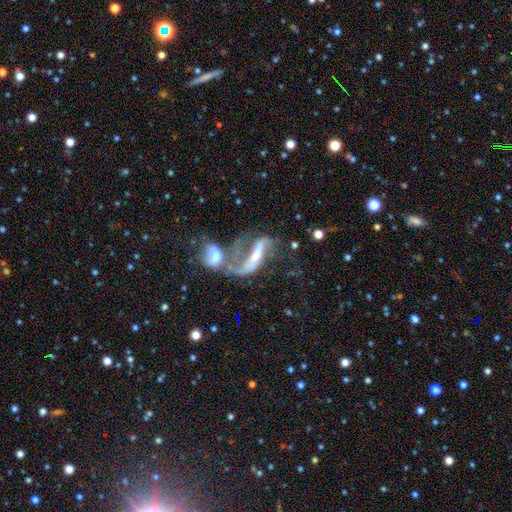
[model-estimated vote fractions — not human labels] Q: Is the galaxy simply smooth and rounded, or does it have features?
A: featured or disk — 76%.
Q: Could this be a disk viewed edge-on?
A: no — 84%.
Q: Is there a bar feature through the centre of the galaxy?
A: strong — 46%.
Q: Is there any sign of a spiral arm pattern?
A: yes — 81%.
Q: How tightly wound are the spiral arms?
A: loose — 70%.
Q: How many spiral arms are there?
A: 2 — 72%.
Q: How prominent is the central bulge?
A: small — 43%.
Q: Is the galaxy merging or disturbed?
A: merger — 68%.